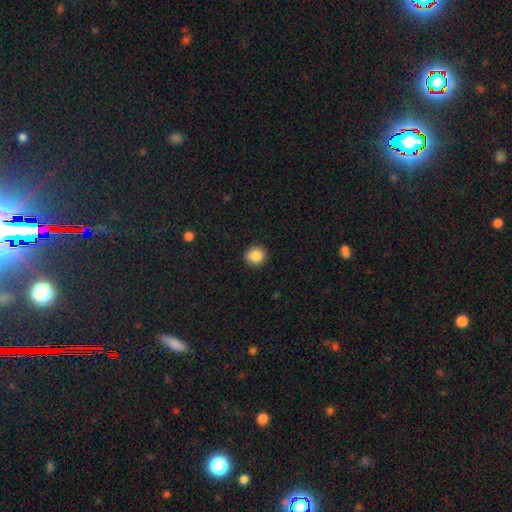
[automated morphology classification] Overall: smooth (87%). How rounded: round (88%). Merging: none (90%).